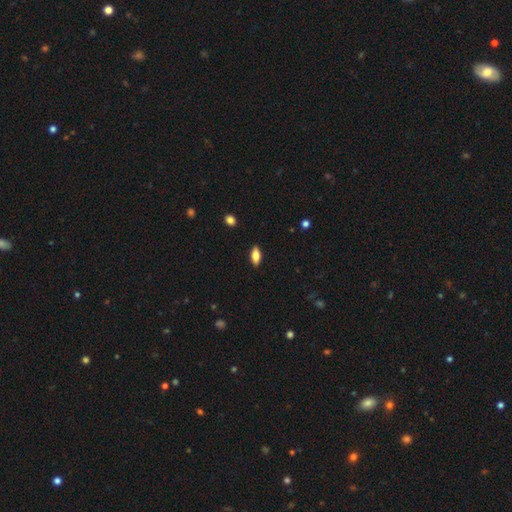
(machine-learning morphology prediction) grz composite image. It shows a smooth galaxy with no disk features (80%) that is in between round and cigar-shaped (84%). Merging: none (88%).